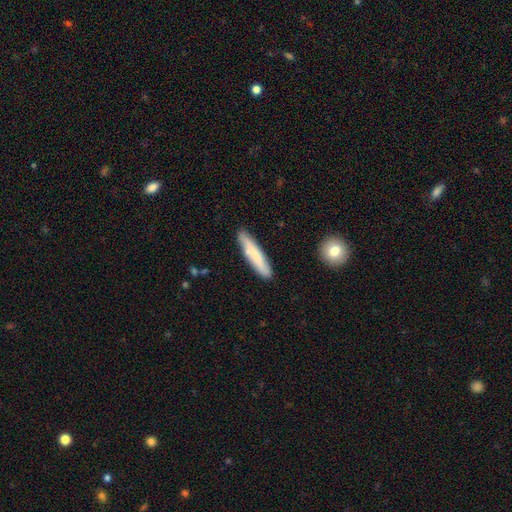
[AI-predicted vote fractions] This appears to be a smooth galaxy with no disk features (69%) that is cigar-shaped (88%). Merging: none (84%).